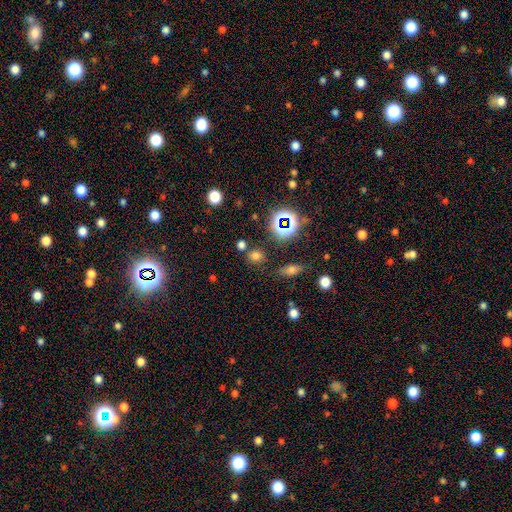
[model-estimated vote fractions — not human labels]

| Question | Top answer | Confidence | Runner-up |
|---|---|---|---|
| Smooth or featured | smooth | 62% | star or artifact (30%) |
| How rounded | round | 72% | in between (26%) |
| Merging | none | 76% | minor disturbance (11%) |